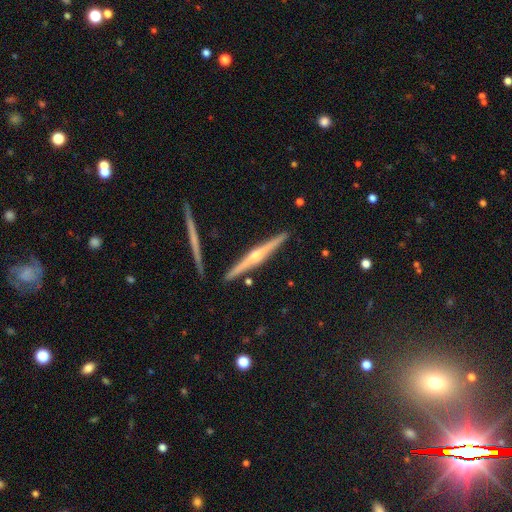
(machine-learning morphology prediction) Smooth or featured? Predicted: featured or disk (p=0.78). Edge-on disk? Predicted: yes (p=0.98). Edge-on bulge? Predicted: rounded (p=0.82). Merging? Predicted: none (p=0.89).